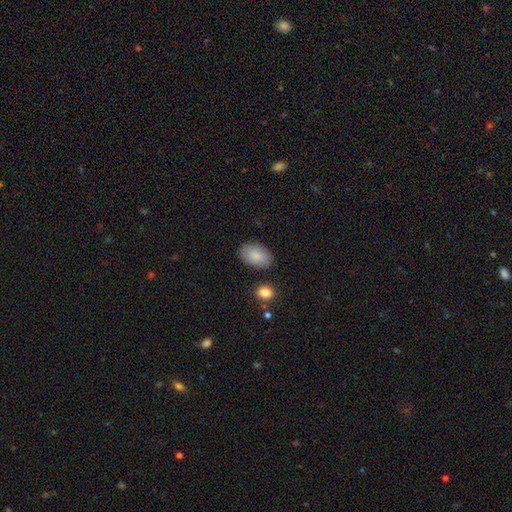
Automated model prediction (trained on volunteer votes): Smooth or featured? smooth (87%)
How rounded? in between (90%)
Merging? none (82%)